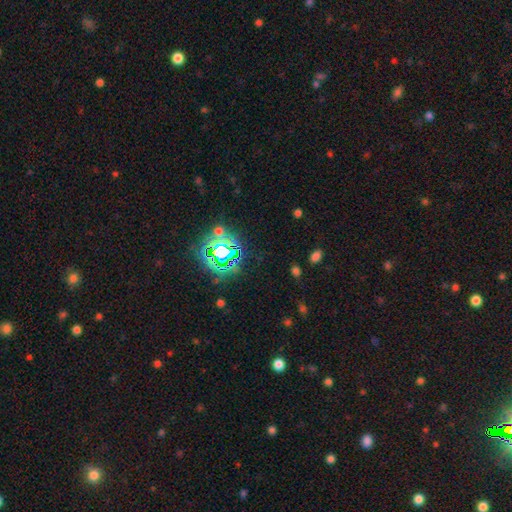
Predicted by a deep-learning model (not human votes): Smooth or featured? star or artifact (82%)